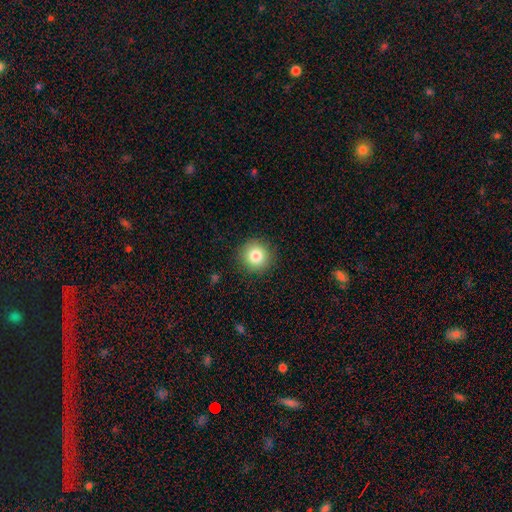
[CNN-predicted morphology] smooth-or-featured: smooth: 83% | star or artifact: 10% | featured or disk: 7%
  how-rounded: round: 94% | in between: 5% | cigar-shaped: 1%
  merging: none: 91% | minor disturbance: 6% | major disturbance: 2% | merger: 1%